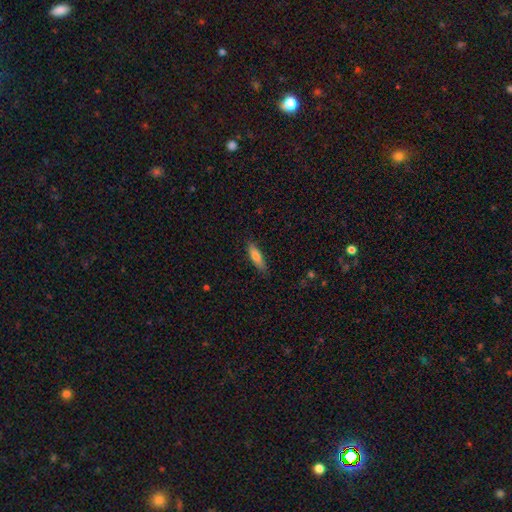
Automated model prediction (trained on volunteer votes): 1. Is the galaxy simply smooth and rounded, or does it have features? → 80% smooth, 14% featured or disk, 6% star or artifact.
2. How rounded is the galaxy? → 56% cigar-shaped, 42% in between, 2% round.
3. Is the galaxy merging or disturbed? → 82% none, 15% minor disturbance, 3% major disturbance, 1% merger.